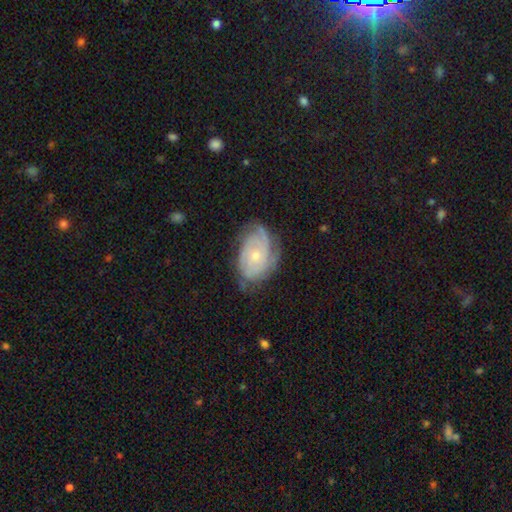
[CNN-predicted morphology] A featured or disk galaxy (80%) with no bar (79%), tight (67%) spiral arms (94%) and a small central bulge (52%).

Vote fractions:
- Smooth or featured? featured or disk: 80% / smooth: 14% / star or artifact: 5%
- Edge-on disk? no: 97% / yes: 3%
- Bar? no: 79% / weak: 19% / strong: 3%
- Spiral arms? yes: 94% / no: 6%
- Spiral winding? tight: 67% / medium: 26% / loose: 7%
- Spiral arm count? can't tell: 33% / 3: 25% / 2: 23% / 4: 9% / 1: 5% / more than 4: 5%
- Bulge size? small: 52% / moderate: 44% / large: 2% / none: 1% / dominant: 1%
- Merging? none: 67% / minor disturbance: 24% / major disturbance: 8% / merger: 1%